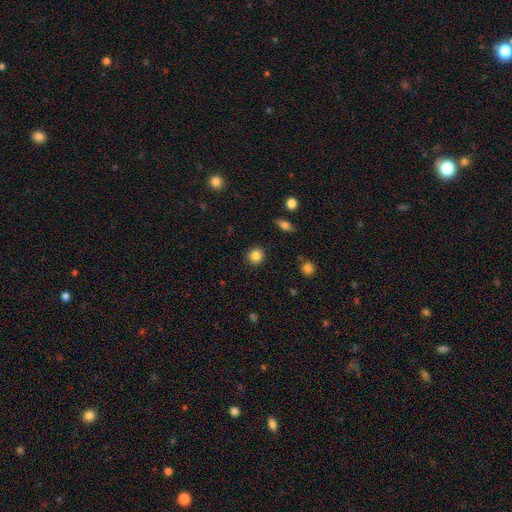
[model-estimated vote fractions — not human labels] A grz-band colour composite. It shows a smooth galaxy with no disk features (85%) that is round (92%). Merging: none (91%).